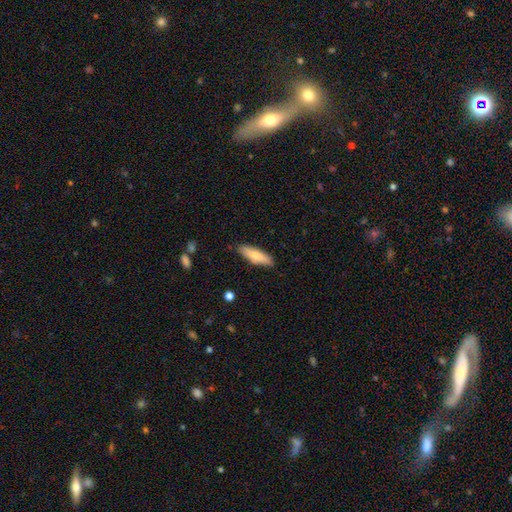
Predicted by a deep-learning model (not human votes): This is likely a smooth galaxy (76%). How rounded: possibly cigar-shaped (54%). Merging: clearly none (85%).